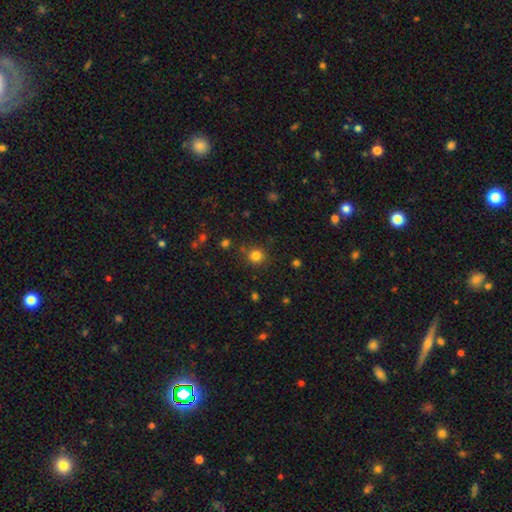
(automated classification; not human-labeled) Smooth or featured? smooth (81%)
How rounded? round (93%)
Merging? none (86%)